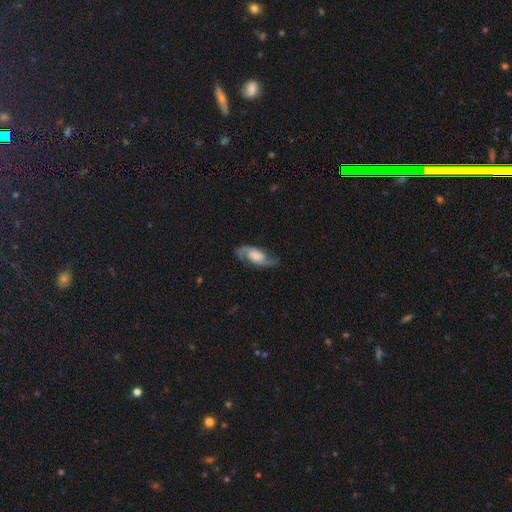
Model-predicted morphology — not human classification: Q: Smooth or featured?
A: featured or disk (81%); runner-up: smooth (13%)
Q: Edge-on disk?
A: no (94%); runner-up: yes (6%)
Q: Bar?
A: no (53%); runner-up: weak (36%)
Q: Spiral arms?
A: yes (96%); runner-up: no (4%)
Q: Spiral winding?
A: medium (47%); runner-up: loose (38%)
Q: Spiral arm count?
A: 2 (92%); runner-up: can't tell (3%)
Q: Bulge size?
A: moderate (29%); runner-up: large (25%)
Q: Merging?
A: none (77%); runner-up: minor disturbance (15%)